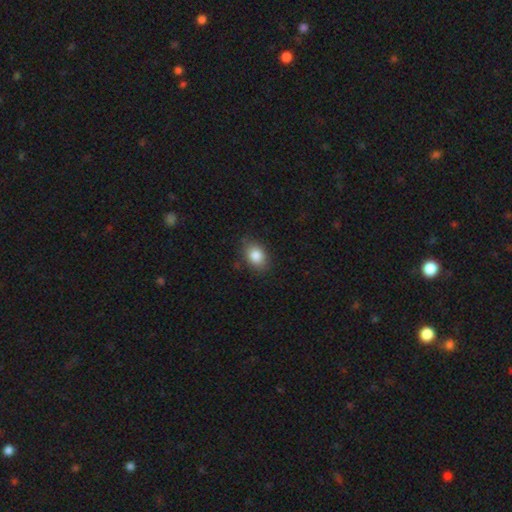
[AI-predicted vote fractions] Q: Smooth or featured?
A: smooth (85%); runner-up: star or artifact (8%)
Q: How rounded?
A: in between (77%); runner-up: round (22%)
Q: Merging?
A: none (80%); runner-up: minor disturbance (16%)